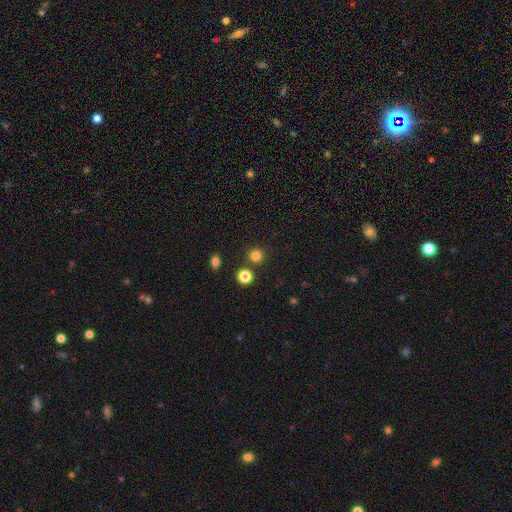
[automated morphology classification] Smooth or featured? smooth (81%)
How rounded? round (92%)
Merging? none (83%)